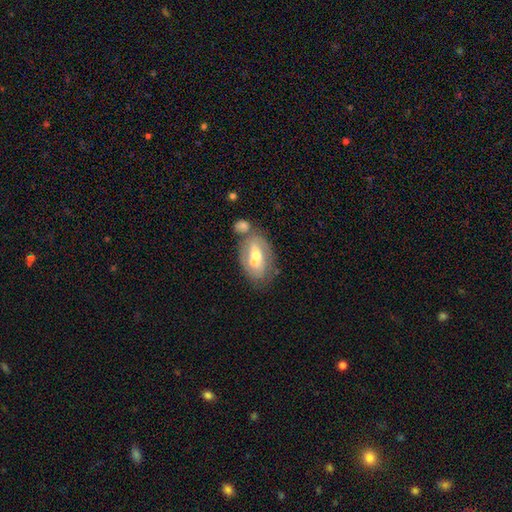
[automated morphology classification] Smooth or featured? featured or disk (60%)
Edge-on disk? no (92%)
Bar? no (40%)
Spiral arms? yes (56%)
Bulge size? moderate (68%)
Merging? none (44%)